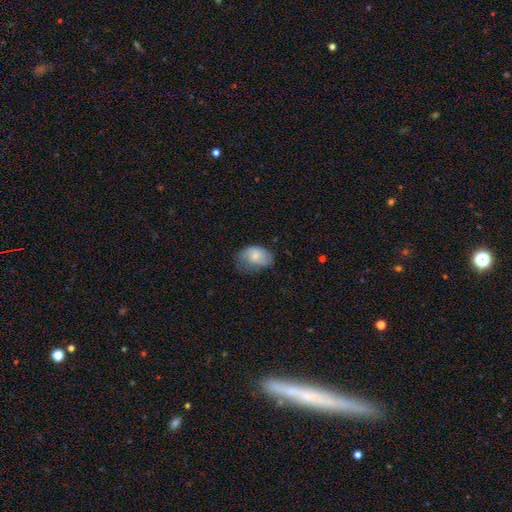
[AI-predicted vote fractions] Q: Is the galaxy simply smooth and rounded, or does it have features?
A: smooth — 72%.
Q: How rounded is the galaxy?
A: in between — 82%.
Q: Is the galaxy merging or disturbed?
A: none — 43%.